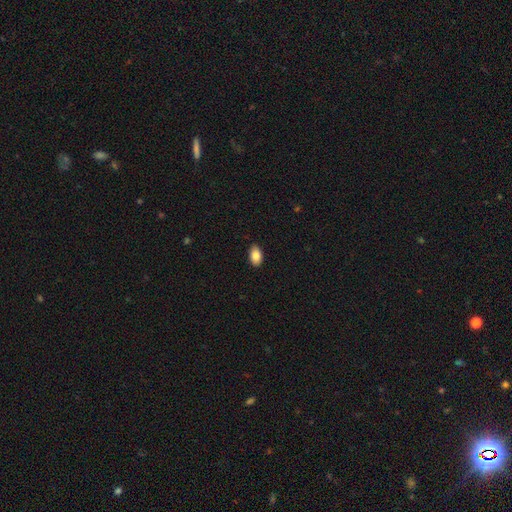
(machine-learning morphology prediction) Overall: smooth (85%). How rounded: in between (92%). Merging: none (87%).